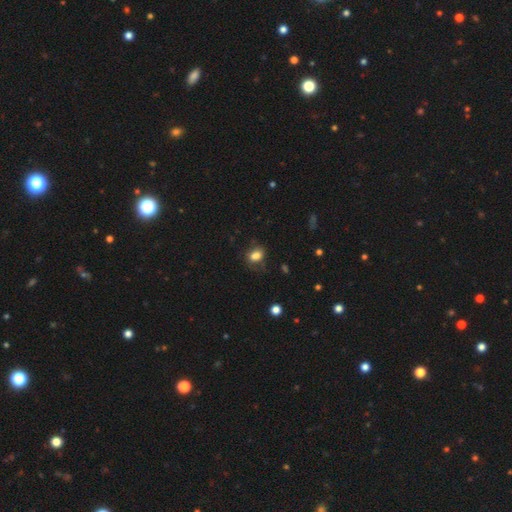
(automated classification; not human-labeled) Smooth or featured? Predicted: smooth (p=0.78). How rounded? Predicted: in between (p=0.69). Merging? Predicted: none (p=0.60).